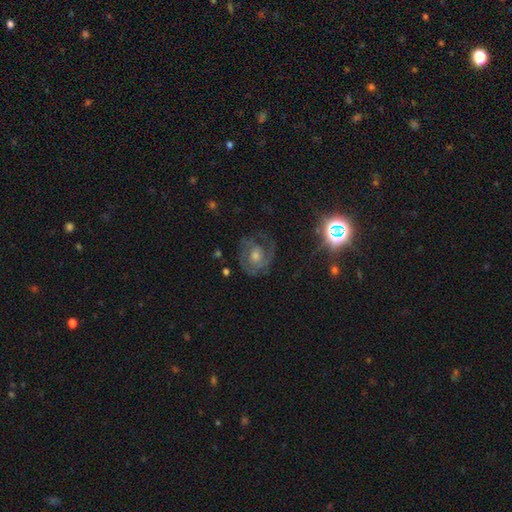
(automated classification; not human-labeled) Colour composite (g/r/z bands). It shows a featured or disk galaxy (78%) with no bar (63%), 2 (48%) tight (58%) spiral arms (94%) and a moderate central bulge (55%). Merging: none (72%).